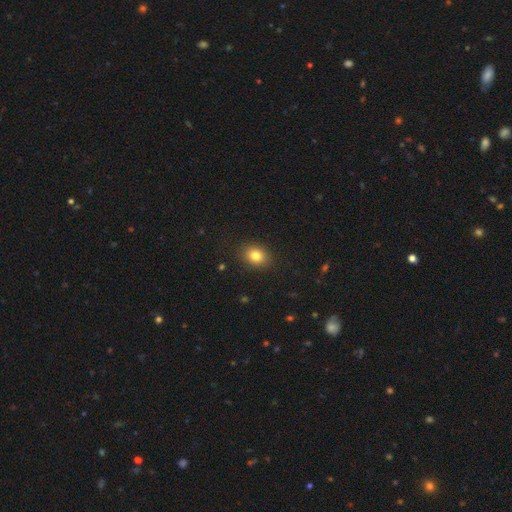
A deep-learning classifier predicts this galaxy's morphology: Smooth or featured? smooth (81%)
How rounded? in between (58%)
Merging? none (87%)